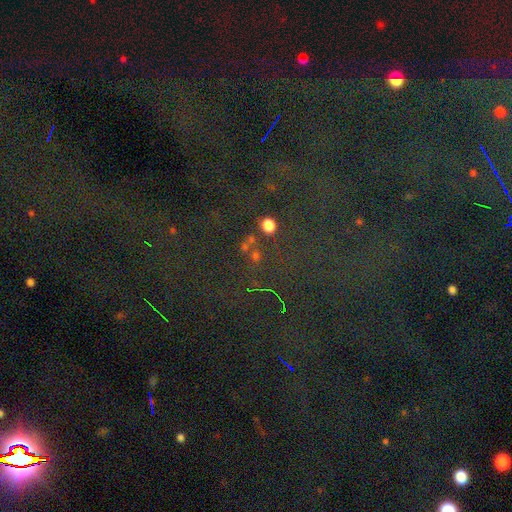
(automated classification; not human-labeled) smooth-or-featured: star or artifact: 64% | smooth: 26% | featured or disk: 10%